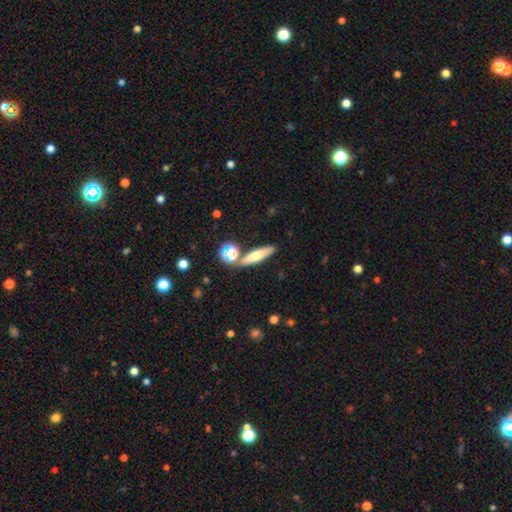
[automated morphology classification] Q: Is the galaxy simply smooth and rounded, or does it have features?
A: smooth — 57%.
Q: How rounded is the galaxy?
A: cigar-shaped — 68%.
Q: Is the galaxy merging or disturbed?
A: none — 78%.